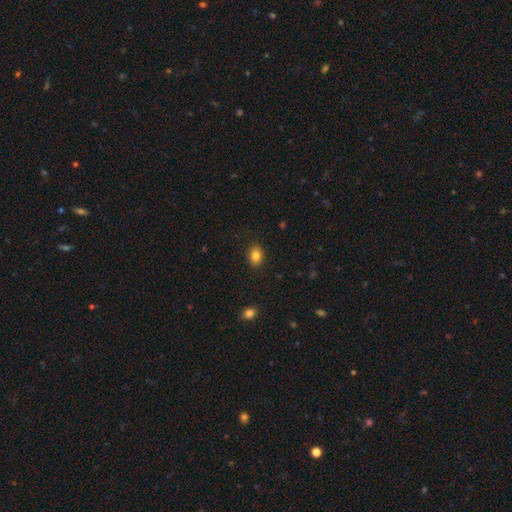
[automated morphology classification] A smooth galaxy with no disk features (83%) that is in between round and cigar-shaped (65%). Merging: none (89%).